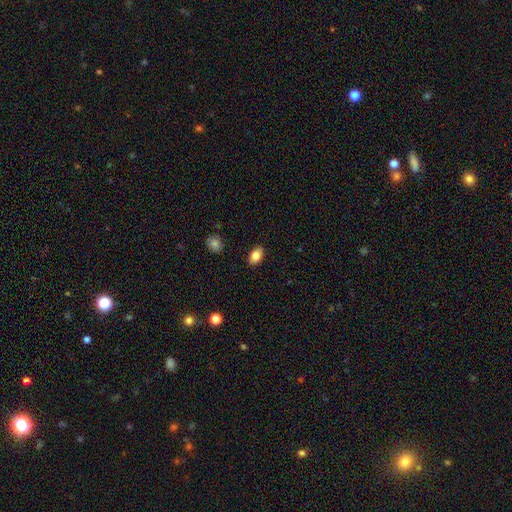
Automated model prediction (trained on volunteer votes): Morphology: type=smooth (83%); roundness=in between (89%); merging=none (88%).